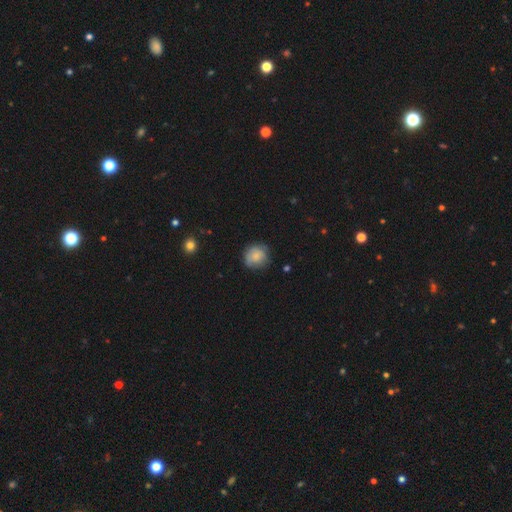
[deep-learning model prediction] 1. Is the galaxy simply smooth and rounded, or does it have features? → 78% smooth, 14% featured or disk, 8% star or artifact.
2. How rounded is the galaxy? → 85% round, 14% in between, 1% cigar-shaped.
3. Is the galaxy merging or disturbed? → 71% none, 22% minor disturbance, 5% major disturbance, 2% merger.